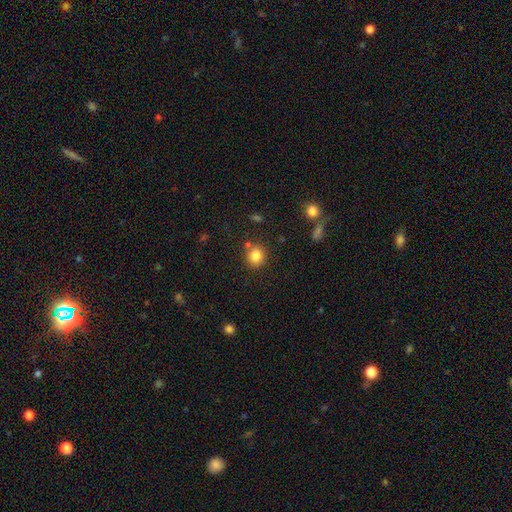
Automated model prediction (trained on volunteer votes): This appears to be a smooth galaxy with no disk features (83%) that is round (82%). Merging: none (79%).